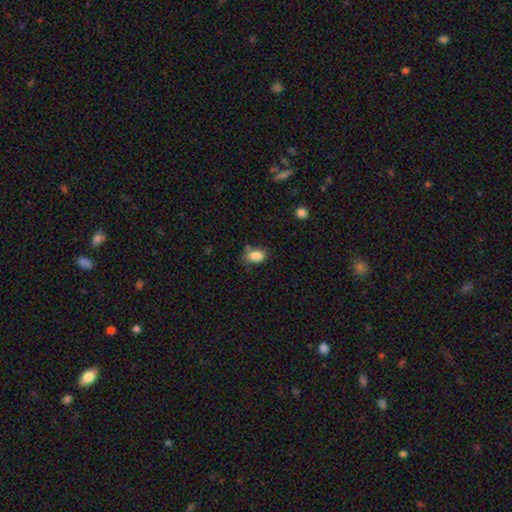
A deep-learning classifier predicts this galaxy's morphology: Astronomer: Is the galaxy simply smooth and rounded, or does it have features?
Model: smooth — 84%.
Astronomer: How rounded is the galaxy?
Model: in between — 77%.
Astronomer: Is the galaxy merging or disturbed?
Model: none — 62%.